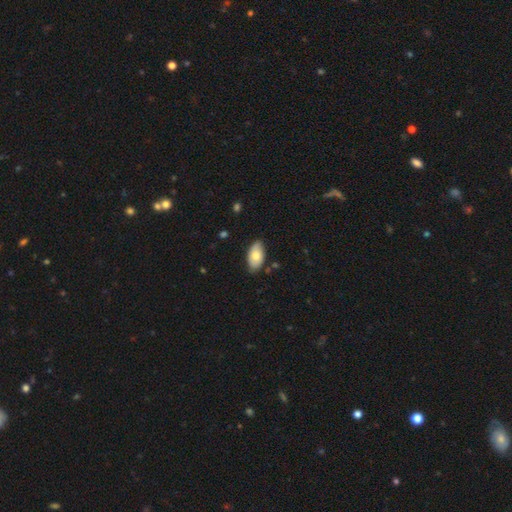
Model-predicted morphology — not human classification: Smooth or featured: smooth — 68% (featured or disk — 26%)
How rounded: in between — 94% (round — 4%)
Merging: none — 78% (minor disturbance — 18%)